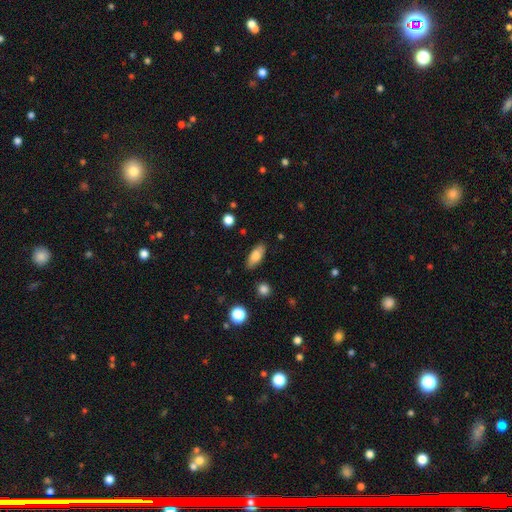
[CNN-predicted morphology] smooth-or-featured: smooth: 80% | featured or disk: 13% | star or artifact: 7%
  how-rounded: in between: 80% | cigar-shaped: 17% | round: 3%
  merging: none: 85% | minor disturbance: 11% | major disturbance: 3% | merger: 2%